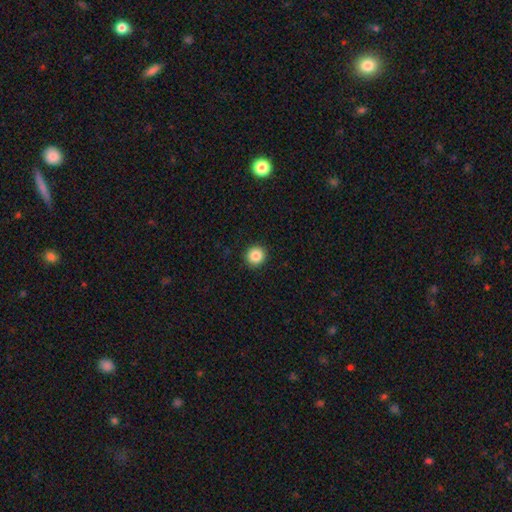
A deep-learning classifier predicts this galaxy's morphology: A smooth galaxy with no disk features (86%) that is round (92%). Merging: none (92%).